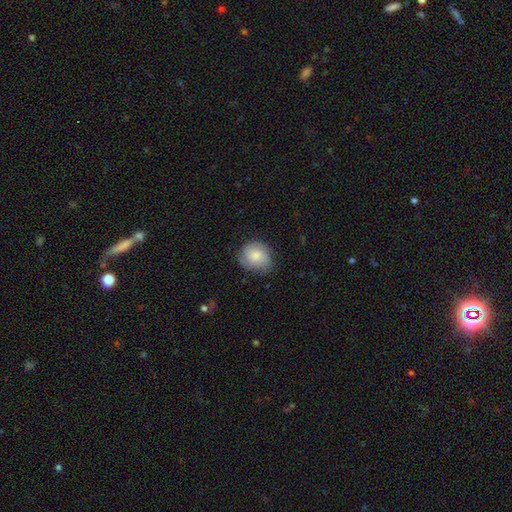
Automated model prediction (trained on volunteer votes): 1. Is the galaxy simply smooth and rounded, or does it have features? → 69% smooth, 24% featured or disk, 7% star or artifact.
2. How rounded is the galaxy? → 69% round, 30% in between, 1% cigar-shaped.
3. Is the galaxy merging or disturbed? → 68% none, 24% minor disturbance, 6% major disturbance, 1% merger.